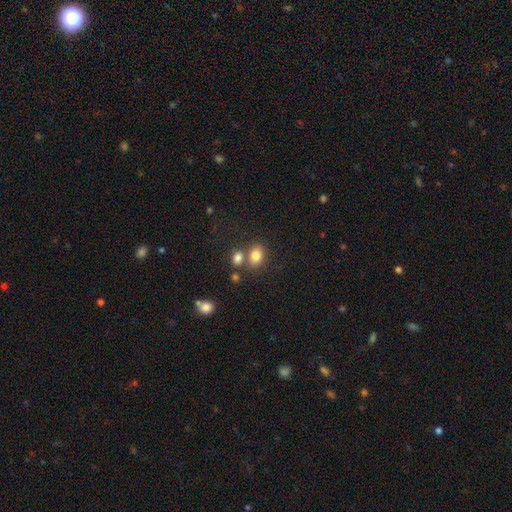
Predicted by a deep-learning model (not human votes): Overall: smooth (81%). How rounded: in between (59%; round 40%). Merging: none (57%; merger 28%).